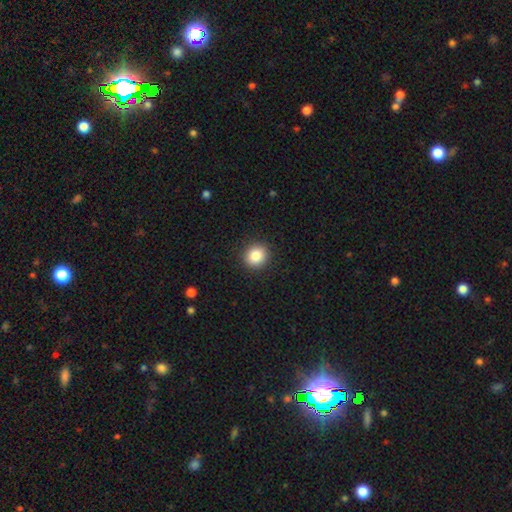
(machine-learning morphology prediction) Q: Smooth or featured?
A: smooth (86%); runner-up: star or artifact (9%)
Q: How rounded?
A: round (87%); runner-up: in between (13%)
Q: Merging?
A: none (91%); runner-up: minor disturbance (6%)